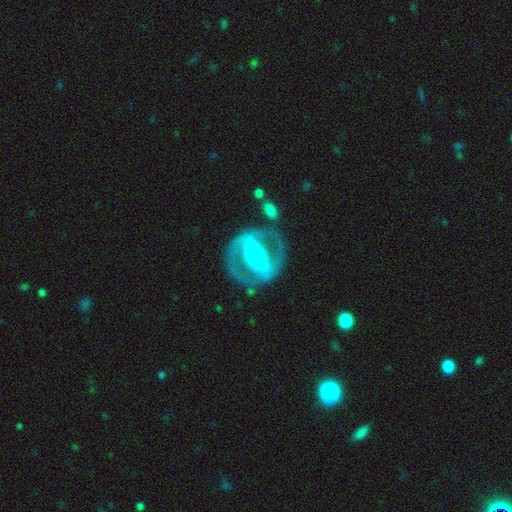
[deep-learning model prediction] Smooth or featured?
  - featured or disk: 86% *
  - smooth: 10%
  - star or artifact: 4%
Edge-on disk?
  - no: 94% *
  - yes: 6%
Bar?
  - strong: 73% *
  - weak: 18%
  - no: 9%
Spiral arms?
  - yes: 78% *
  - no: 22%
Spiral winding?
  - medium: 46% *
  - tight: 39%
  - loose: 14%
Spiral arm count?
  - 2: 87% *
  - can't tell: 7%
  - 1: 3%
  - 3: 1%
  - 4: 1%
  - more than 4: 1%
Bulge size?
  - moderate: 52% *
  - small: 43%
  - large: 3%
  - none: 1%
  - dominant: 1%
Merging?
  - none: 77% *
  - minor disturbance: 12%
  - major disturbance: 7%
  - merger: 4%